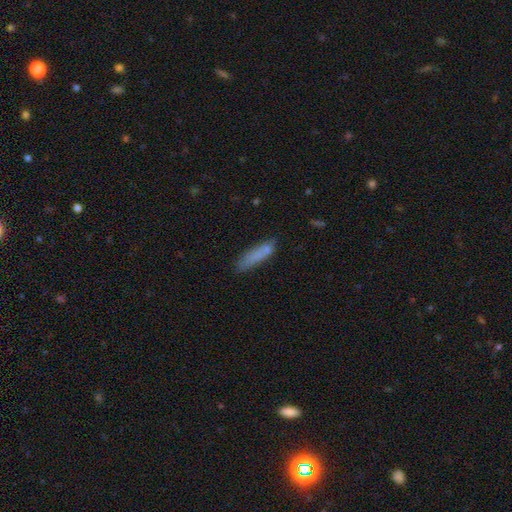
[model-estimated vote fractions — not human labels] smooth 77%, featured or disk 15%, star or artifact 9%. Down the decision tree: how rounded — cigar-shaped (78%); merging — none (65%).